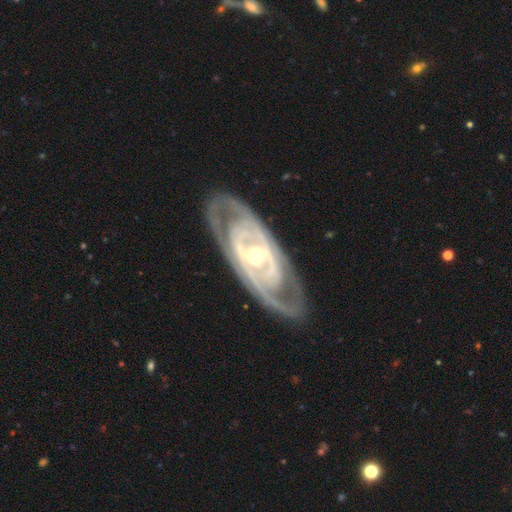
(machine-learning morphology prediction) featured or disk 88%, smooth 8%, star or artifact 4%. Down the decision tree: edge-on disk — no (89%); bar — no (44%); spiral arms — yes (86%); spiral arm count — 2 (51%); spiral winding — tight (65%); bulge size — moderate (50%); merging — none (80%).